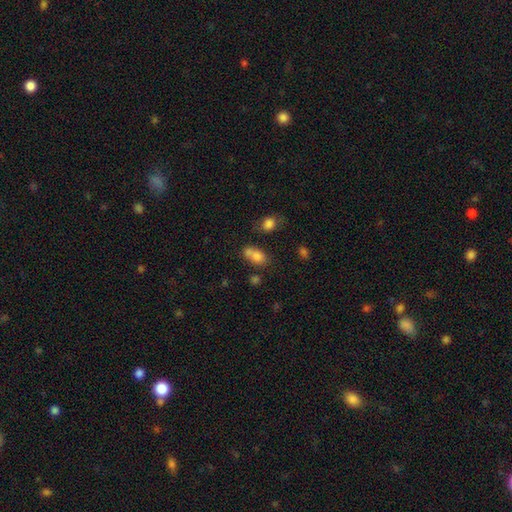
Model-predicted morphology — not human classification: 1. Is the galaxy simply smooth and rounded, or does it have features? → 77% smooth, 11% featured or disk, 11% star or artifact.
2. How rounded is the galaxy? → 79% in between, 17% round, 4% cigar-shaped.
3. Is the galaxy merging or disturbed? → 40% none, 36% merger, 17% minor disturbance, 7% major disturbance.